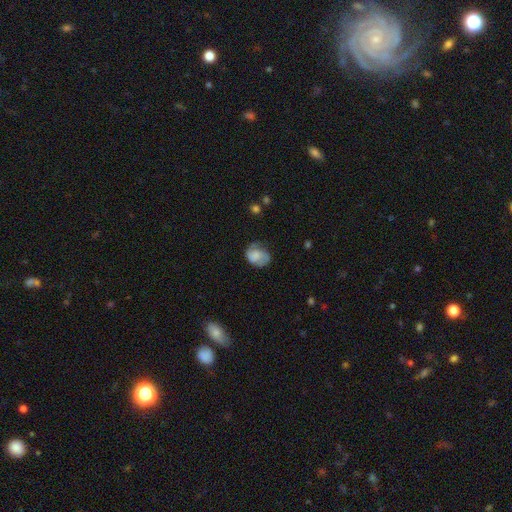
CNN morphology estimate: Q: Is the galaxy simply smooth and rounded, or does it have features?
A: smooth — 56%.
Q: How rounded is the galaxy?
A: in between — 52%.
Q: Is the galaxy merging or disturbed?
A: none — 50%.